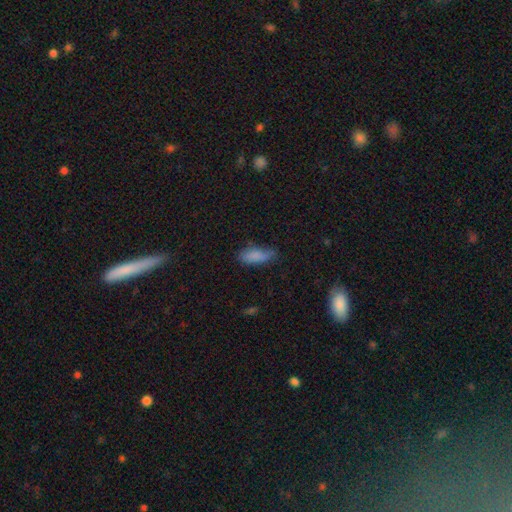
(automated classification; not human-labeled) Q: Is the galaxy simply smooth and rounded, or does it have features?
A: smooth — 82%.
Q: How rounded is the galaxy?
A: in between — 75%.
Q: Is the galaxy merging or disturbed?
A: none — 59%.